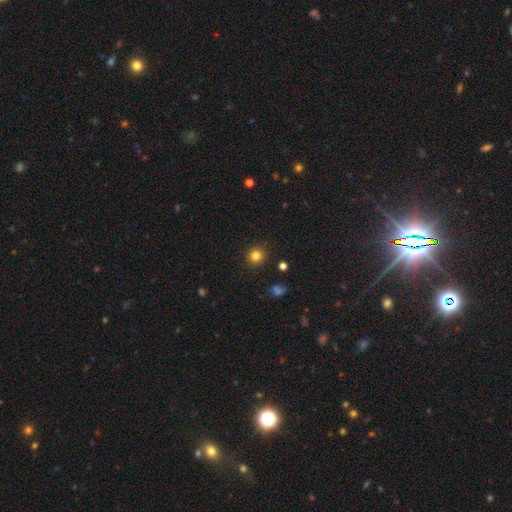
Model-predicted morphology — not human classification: A smooth galaxy with no disk features (83%) that is round (91%). Merging: none (90%).